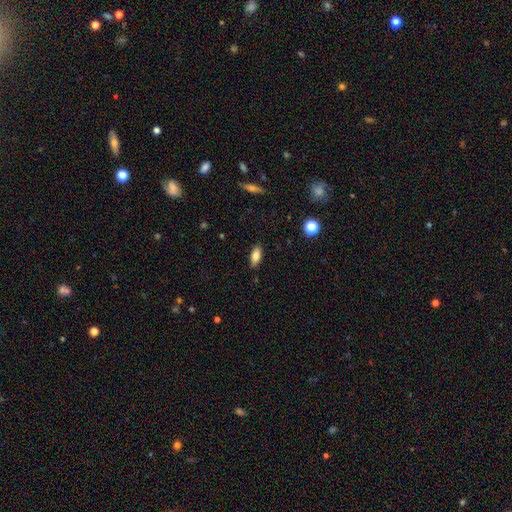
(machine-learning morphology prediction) smooth_or_featured: smooth (p=0.80) [alt: featured or disk p=0.12]
how_rounded: in between (p=0.81) [alt: cigar-shaped p=0.16]
merging: none (p=0.87) [alt: minor disturbance p=0.10]